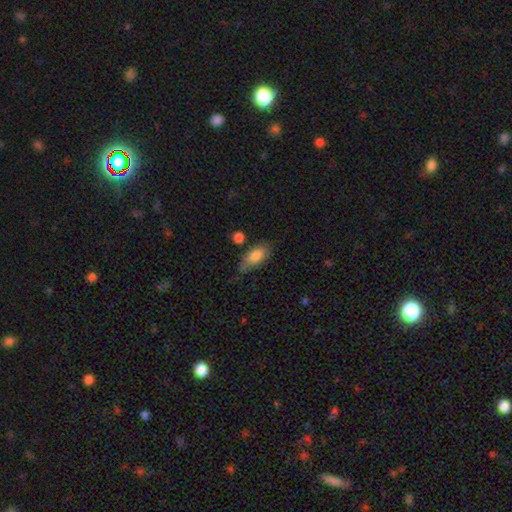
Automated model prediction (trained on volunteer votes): A smooth galaxy with no disk features (80%) that is in between round and cigar-shaped (85%).

Vote fractions:
- Smooth or featured? smooth: 80% / featured or disk: 13% / star or artifact: 7%
- How rounded? in between: 85% / cigar-shaped: 12% / round: 4%
- Merging? none: 59% / minor disturbance: 28% / major disturbance: 7% / merger: 6%